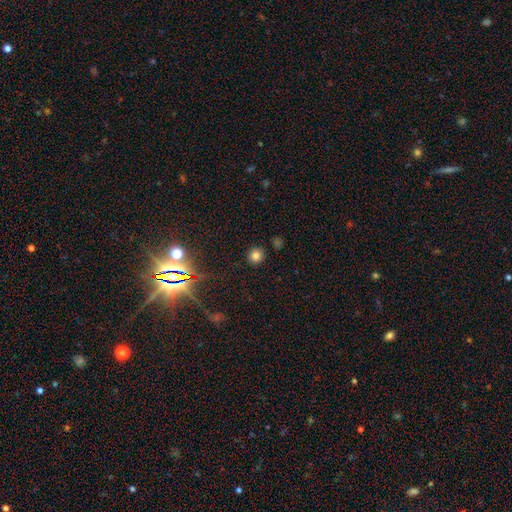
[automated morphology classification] A smooth galaxy with no disk features (77%) that is round (90%). Merging: none (88%).